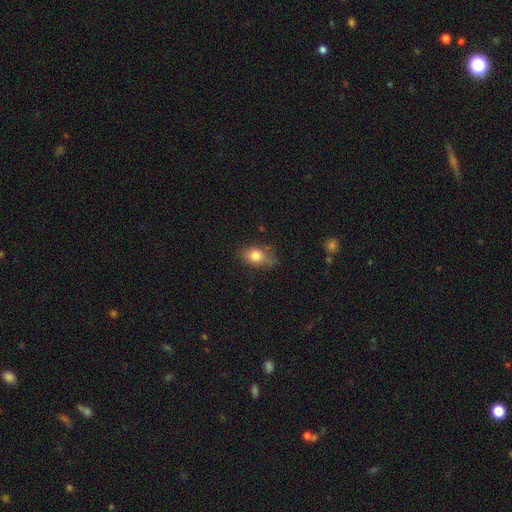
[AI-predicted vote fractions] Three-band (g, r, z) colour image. It shows a smooth galaxy with no disk features (78%) that is in between round and cigar-shaped (76%). Merging: none (63%).